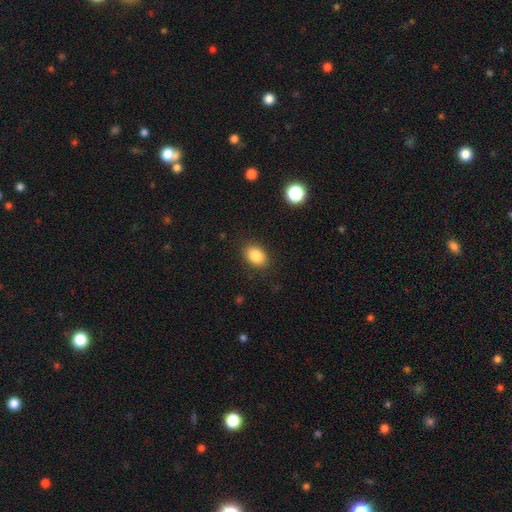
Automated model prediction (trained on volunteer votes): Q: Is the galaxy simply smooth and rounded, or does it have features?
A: smooth — 86%.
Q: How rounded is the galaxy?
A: in between — 78%.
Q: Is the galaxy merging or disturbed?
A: none — 87%.